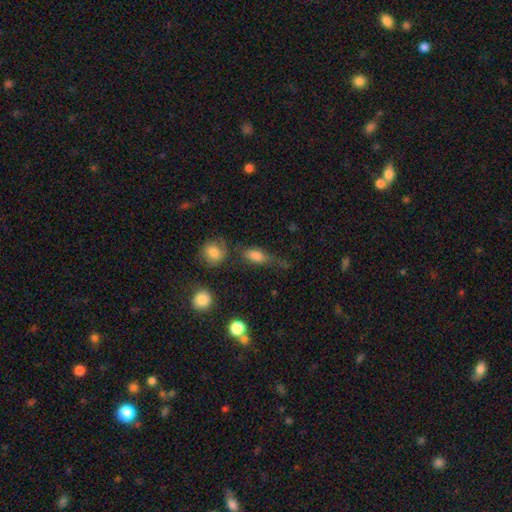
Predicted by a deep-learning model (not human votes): smooth 77%, featured or disk 13%, star or artifact 10%. Down the decision tree: how rounded — in between (76%); merging — none (40%).